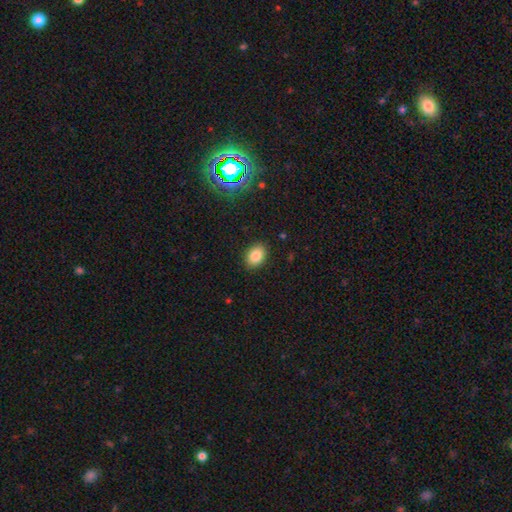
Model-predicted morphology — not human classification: Smooth or featured? Predicted: smooth (p=0.85). How rounded? Predicted: in between (p=0.72). Merging? Predicted: none (p=0.88).